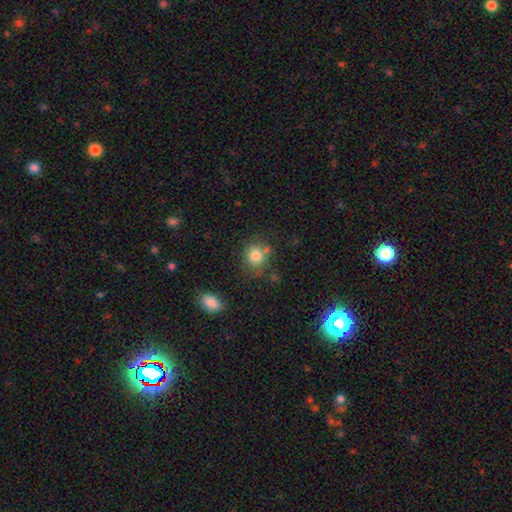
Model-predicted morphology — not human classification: smooth_or_featured: smooth (p=0.82) [alt: star or artifact p=0.11]
how_rounded: round (p=0.79) [alt: in between p=0.20]
merging: none (p=0.71) [alt: minor disturbance p=0.15]